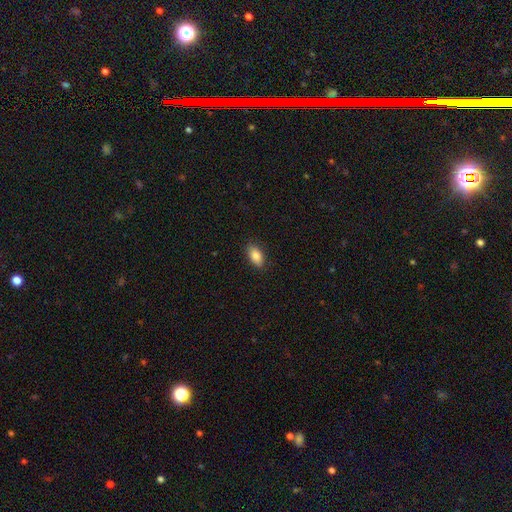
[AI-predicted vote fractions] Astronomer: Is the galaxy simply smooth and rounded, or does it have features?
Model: smooth — 85%.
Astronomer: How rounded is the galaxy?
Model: in between — 90%.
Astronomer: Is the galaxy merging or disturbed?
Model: none — 86%.